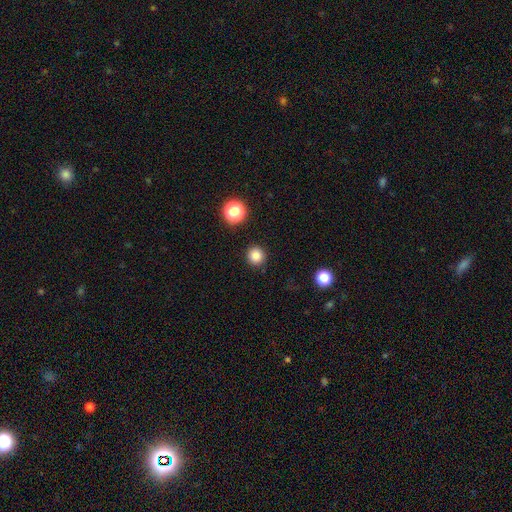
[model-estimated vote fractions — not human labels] Smooth or featured? smooth (84%)
How rounded? round (95%)
Merging? none (92%)